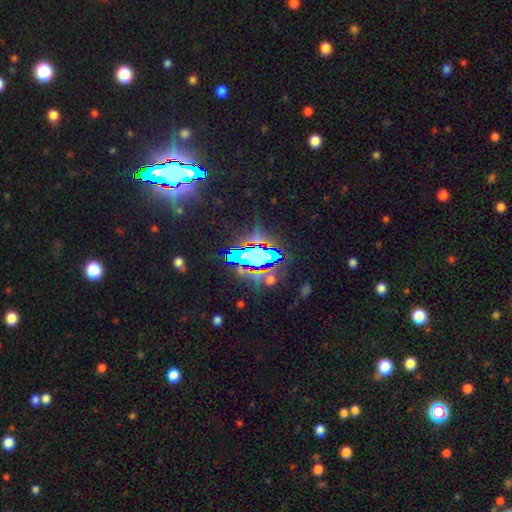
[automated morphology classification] Smooth or featured? star or artifact (70%)